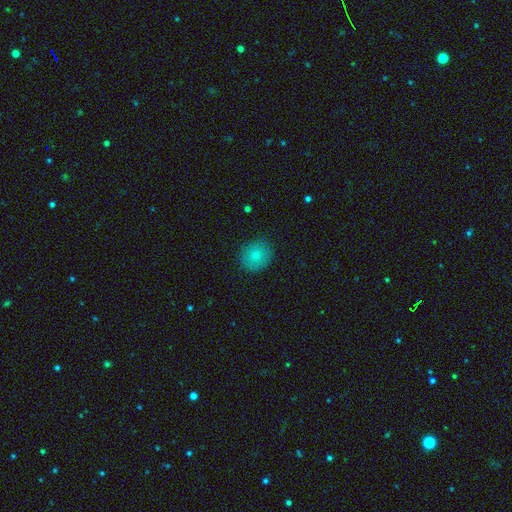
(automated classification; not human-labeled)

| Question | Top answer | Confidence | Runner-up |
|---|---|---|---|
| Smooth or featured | smooth | 80% | featured or disk (10%) |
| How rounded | round | 82% | in between (17%) |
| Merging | none | 86% | minor disturbance (11%) |